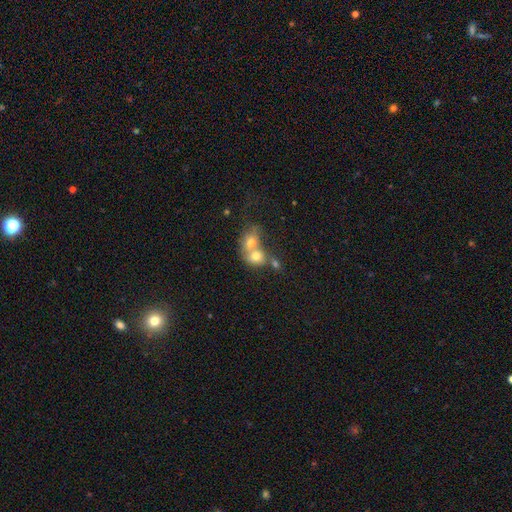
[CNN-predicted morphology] smooth_or_featured: smooth (p=0.60) [alt: featured or disk p=0.25]
how_rounded: round (p=0.61) [alt: in between p=0.37]
merging: merger (p=0.71) [alt: none p=0.19]